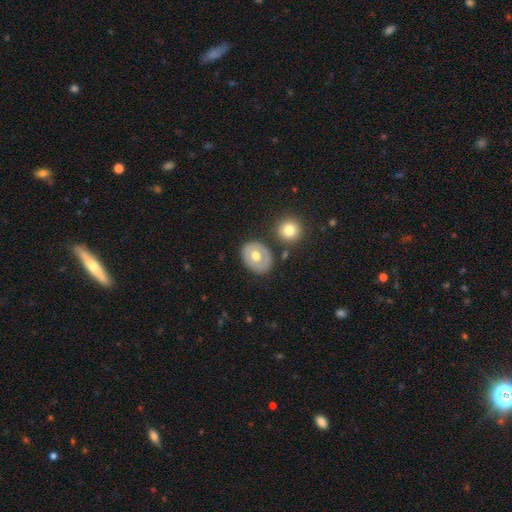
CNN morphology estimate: Q: Smooth or featured?
A: smooth (55%); runner-up: featured or disk (39%)
Q: How rounded?
A: in between (50%); runner-up: round (49%)
Q: Merging?
A: none (78%); runner-up: minor disturbance (12%)